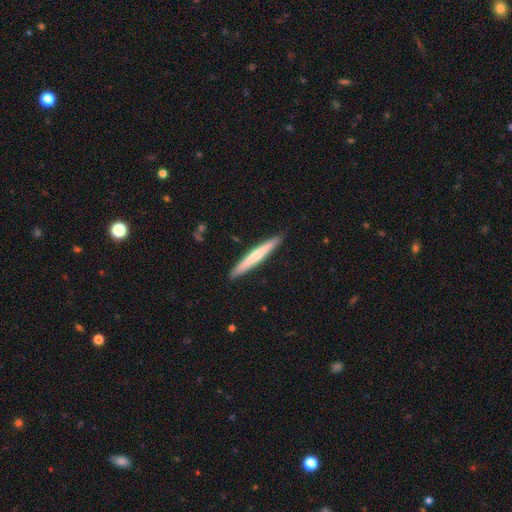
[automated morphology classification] Smooth or featured? smooth (55%)
How rounded? cigar-shaped (96%)
Merging? none (91%)